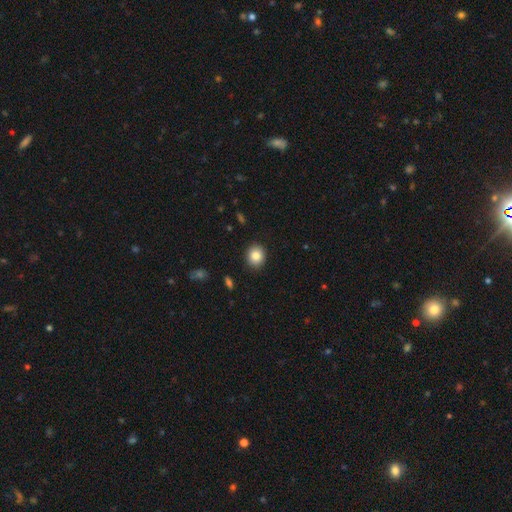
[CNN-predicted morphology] A smooth galaxy with no disk features (84%) that is round (73%). Merging: none (90%).